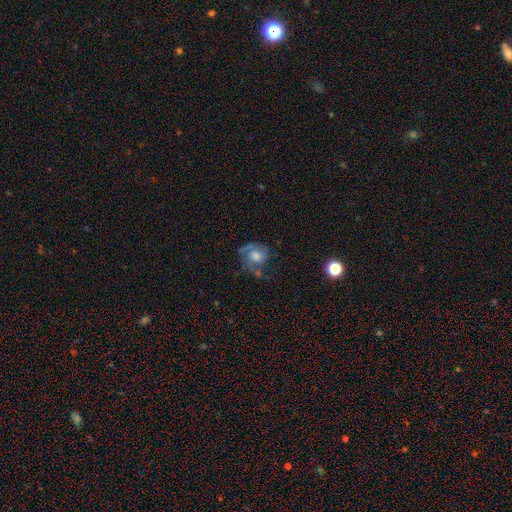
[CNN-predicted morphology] type=featured or disk (70%); edge-on=no (97%); bar=no (73%); spiral arms=yes (89%); winding=medium (43%); arm count=2 (50%); bulge=moderate (57%); merging=none (49%).